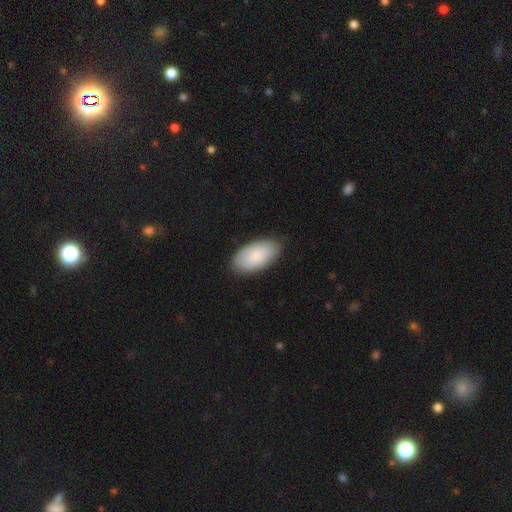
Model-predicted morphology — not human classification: Smooth or featured? smooth (86%)
How rounded? in between (96%)
Merging? none (84%)